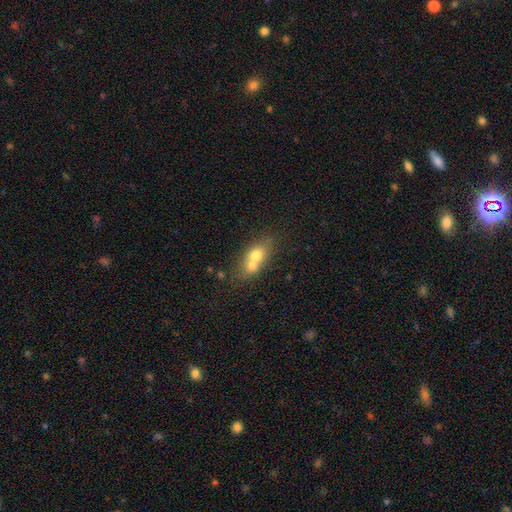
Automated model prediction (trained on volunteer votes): Q: Smooth or featured?
A: smooth (64%); runner-up: featured or disk (27%)
Q: How rounded?
A: in between (60%); runner-up: round (32%)
Q: Merging?
A: merger (62%); runner-up: none (27%)